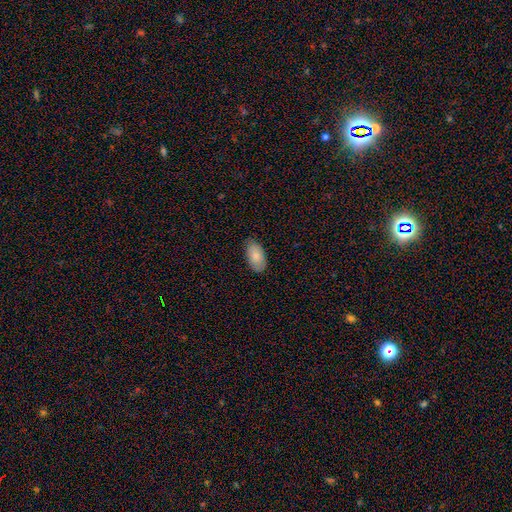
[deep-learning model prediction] smooth 85%, featured or disk 9%, star or artifact 6%. Down the decision tree: how rounded — in between (95%); merging — none (84%).